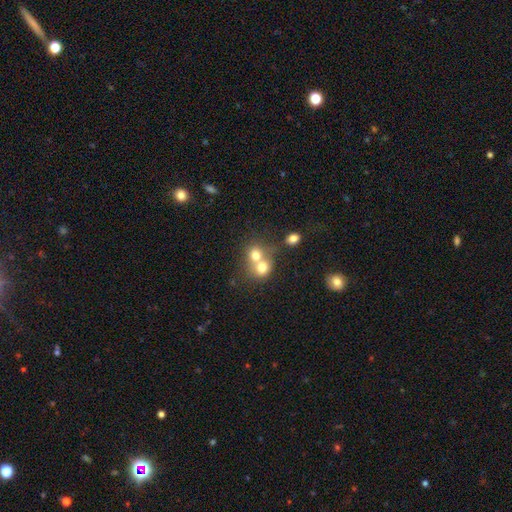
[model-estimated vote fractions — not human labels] Morphology: type=smooth (71%); roundness=round (72%); merging=merger (66%).